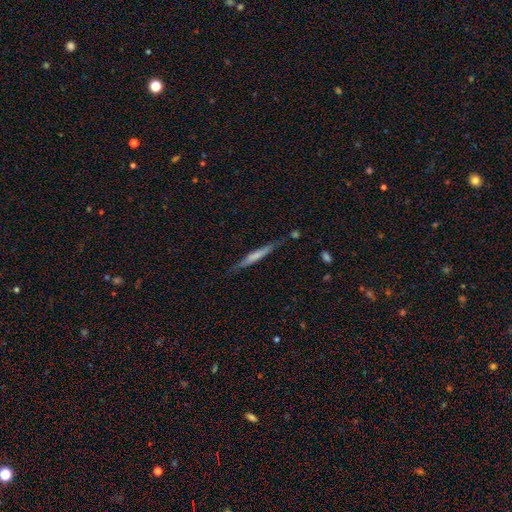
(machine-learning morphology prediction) smooth_or_featured: smooth (p=0.54) [alt: featured or disk p=0.40]
how_rounded: cigar-shaped (p=0.95) [alt: in between p=0.03]
merging: none (p=0.78) [alt: minor disturbance p=0.16]